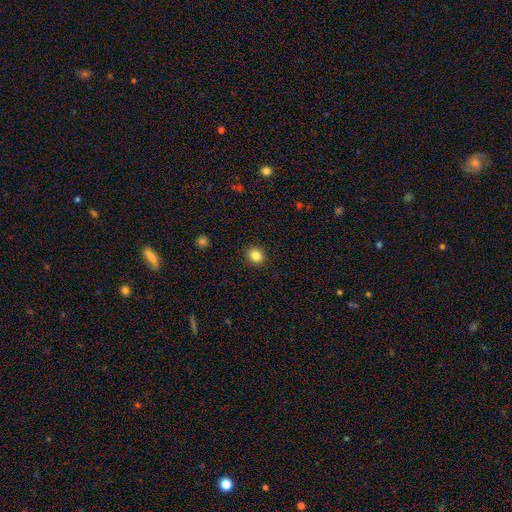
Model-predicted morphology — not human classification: Smooth or featured: smooth — 84% (star or artifact — 11%)
How rounded: round — 80% (in between — 19%)
Merging: none — 91% (minor disturbance — 6%)